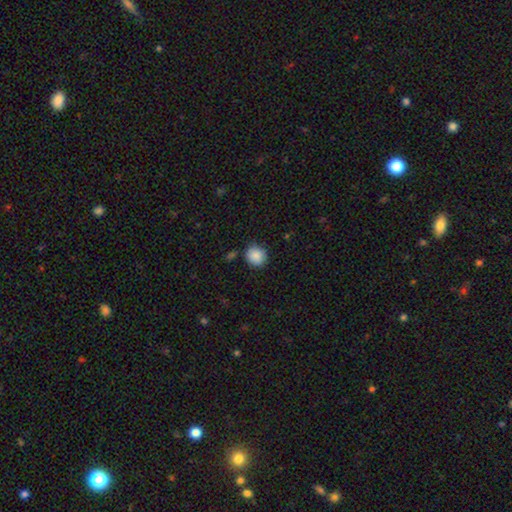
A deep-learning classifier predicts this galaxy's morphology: A smooth galaxy with no disk features (88%) that is round (86%). Merging: none (84%).